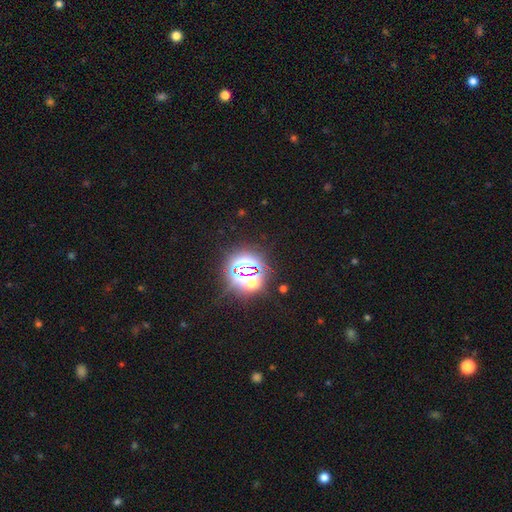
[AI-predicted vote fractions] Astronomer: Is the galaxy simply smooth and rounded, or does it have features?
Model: star or artifact — 79%.